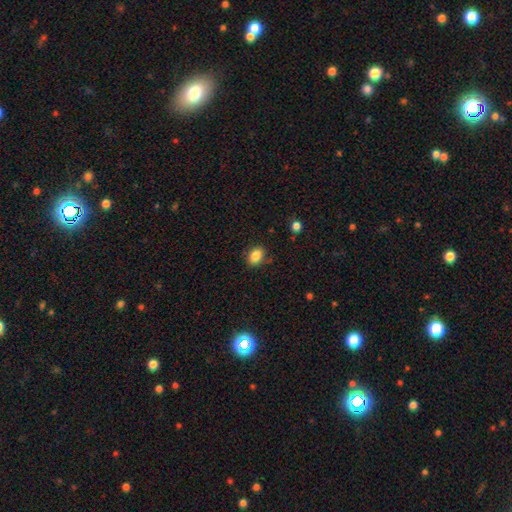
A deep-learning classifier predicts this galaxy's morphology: Overall: smooth (85%). How rounded: in between (70%). Merging: none (83%).